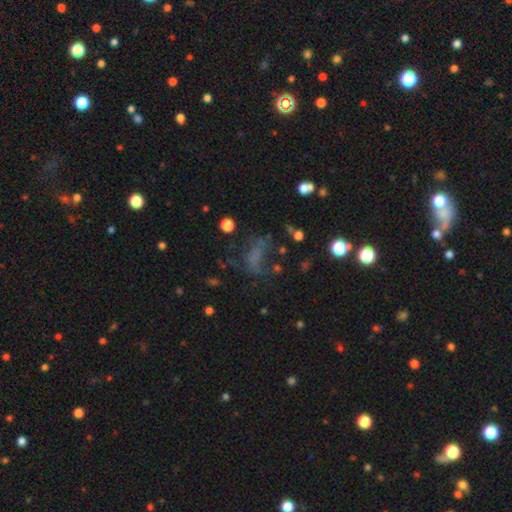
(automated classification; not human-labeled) Q: Smooth or featured?
A: smooth (40%); runner-up: star or artifact (31%)
Q: Merging?
A: none (41%); runner-up: major disturbance (32%)